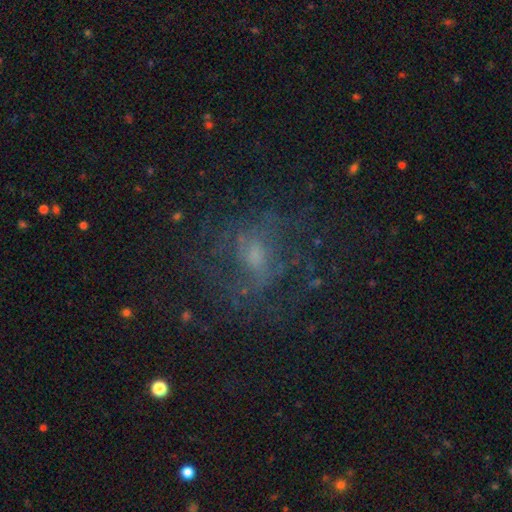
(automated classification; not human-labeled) This appears to be a featured or disk galaxy (60%) with no bar (51%), spiral arms (68%) and a small central bulge (44%). Merging: none (61%).